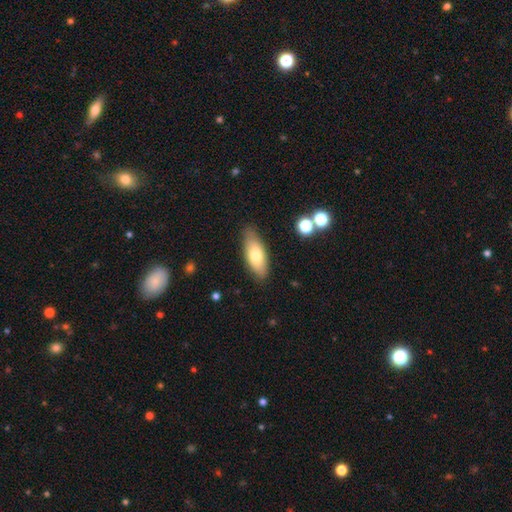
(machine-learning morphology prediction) smooth_or_featured: smooth (p=0.72) [alt: featured or disk p=0.21]
how_rounded: in between (p=0.76) [alt: cigar-shaped p=0.22]
merging: none (p=0.83) [alt: minor disturbance p=0.13]